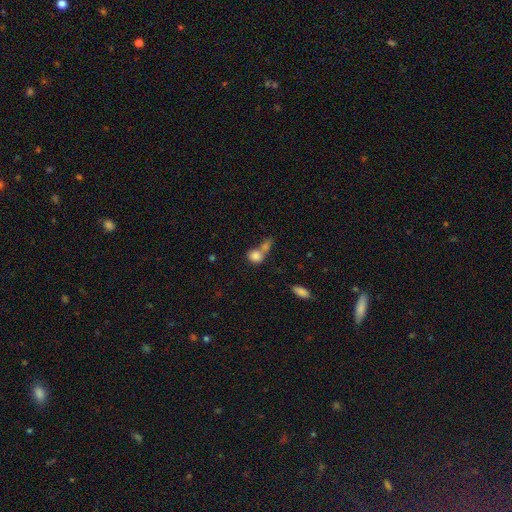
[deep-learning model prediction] smooth 81%, featured or disk 10%, star or artifact 9%. Down the decision tree: how rounded — round (58%); merging — merger (56%).